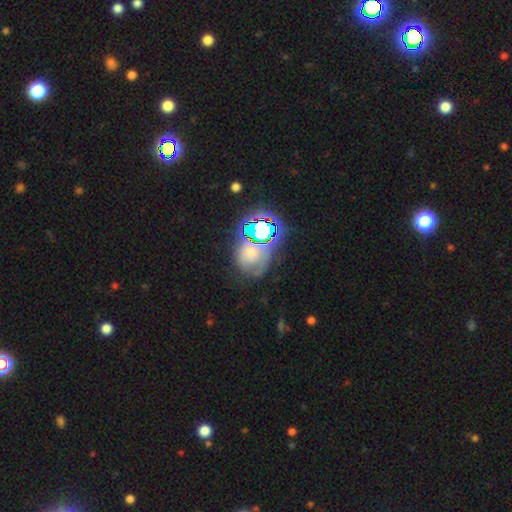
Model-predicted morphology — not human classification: Smooth or featured?
  - star or artifact: 65% *
  - smooth: 18%
  - featured or disk: 17%